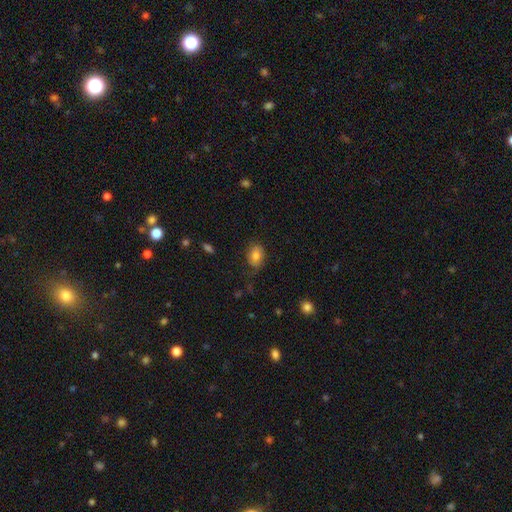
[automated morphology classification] The model was most divided on "merging": none: 69%, minor disturbance: 23%, major disturbance: 7%, merger: 1%. More confident: smooth or featured — smooth (74%); how rounded — in between (73%).